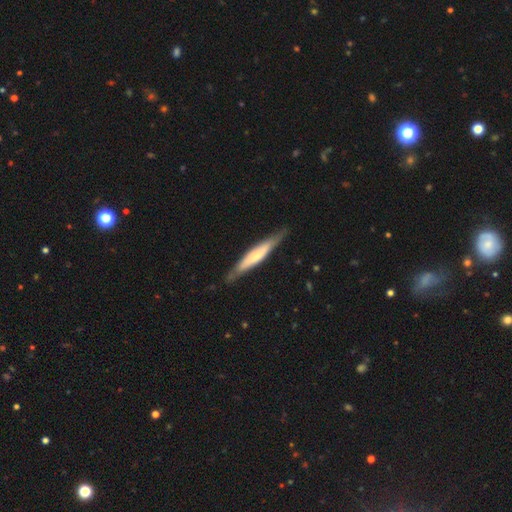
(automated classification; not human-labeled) The model was most divided on "smooth or featured": featured or disk: 50%, smooth: 45%, star or artifact: 5%. More confident: merging — none (82%).